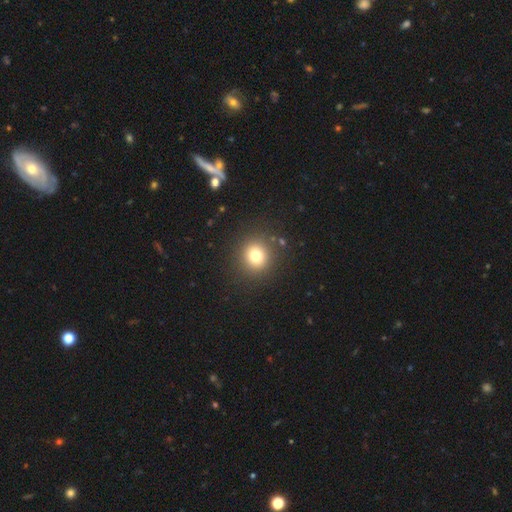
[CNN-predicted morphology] smooth 77%, star or artifact 15%, featured or disk 9%. Down the decision tree: how rounded — round (88%); merging — none (88%).